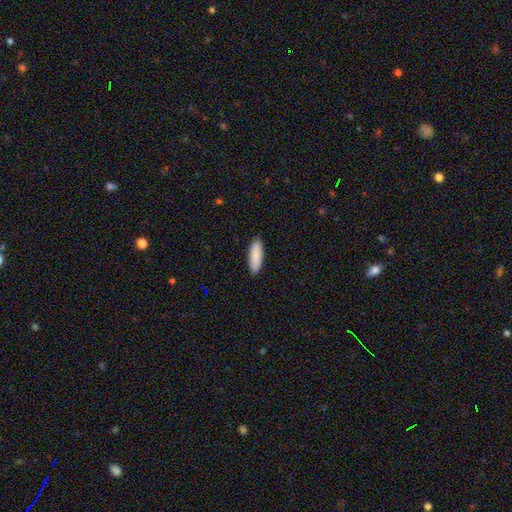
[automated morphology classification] Smooth or featured: smooth — 89% (featured or disk — 6%)
How rounded: cigar-shaped — 50% (in between — 49%)
Merging: none — 91% (minor disturbance — 7%)